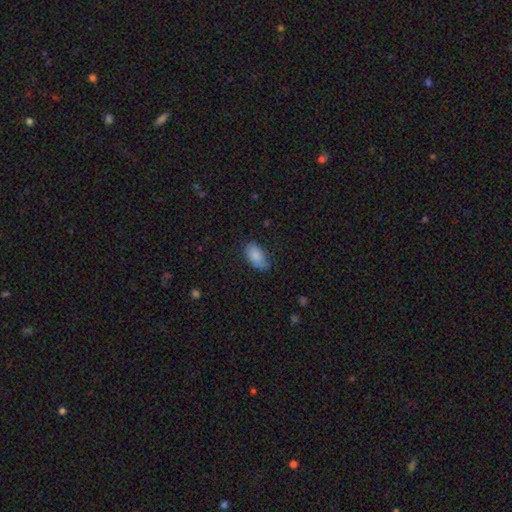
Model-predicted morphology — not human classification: The model was most divided on "merging": none: 69%, minor disturbance: 25%, major disturbance: 5%, merger: 1%. More confident: how rounded — in between (93%); smooth or featured — smooth (87%).